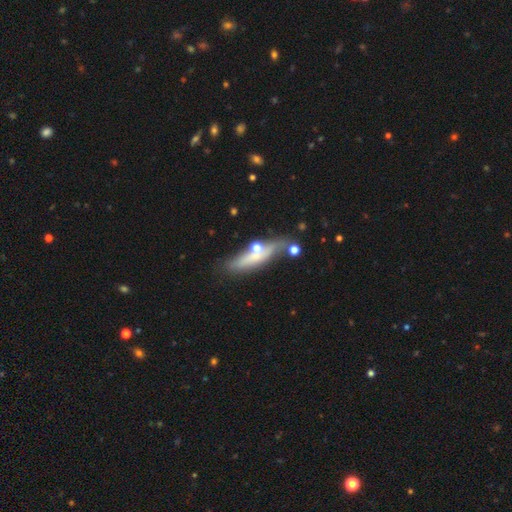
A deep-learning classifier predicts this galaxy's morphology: A featured or disk galaxy (49%).

Vote fractions:
- Smooth or featured? featured or disk: 49% / smooth: 42% / star or artifact: 9%
- Merging? none: 59% / minor disturbance: 20% / merger: 12% / major disturbance: 8%